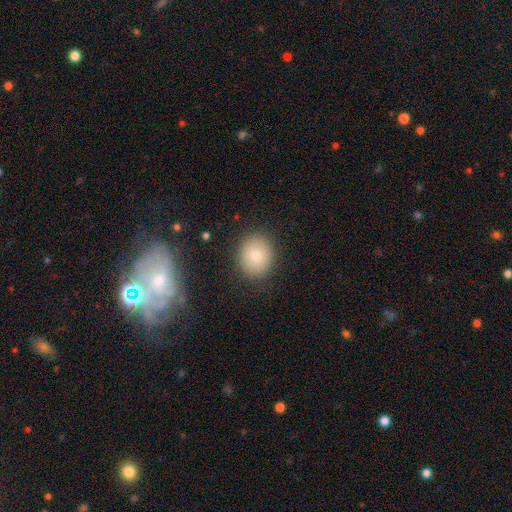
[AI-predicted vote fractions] The model was most divided on "how rounded": round: 66%, in between: 33%, cigar-shaped: 1%. More confident: merging — none (86%); smooth or featured — smooth (78%).